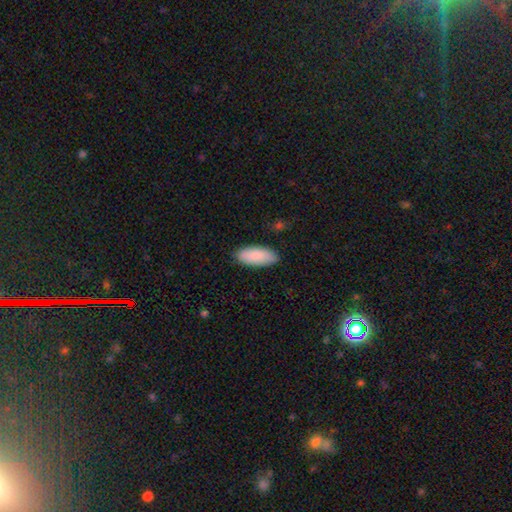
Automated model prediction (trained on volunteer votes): This is clearly a smooth galaxy (89%). How rounded: clearly in between (84%). Merging: clearly none (87%).